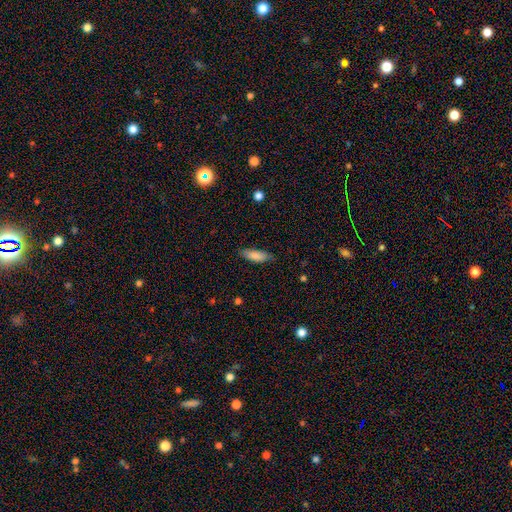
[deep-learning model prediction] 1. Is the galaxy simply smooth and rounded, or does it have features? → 84% smooth, 9% featured or disk, 6% star or artifact.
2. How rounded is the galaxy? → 68% in between, 30% cigar-shaped, 2% round.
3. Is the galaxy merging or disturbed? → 81% none, 15% minor disturbance, 3% major disturbance, 1% merger.